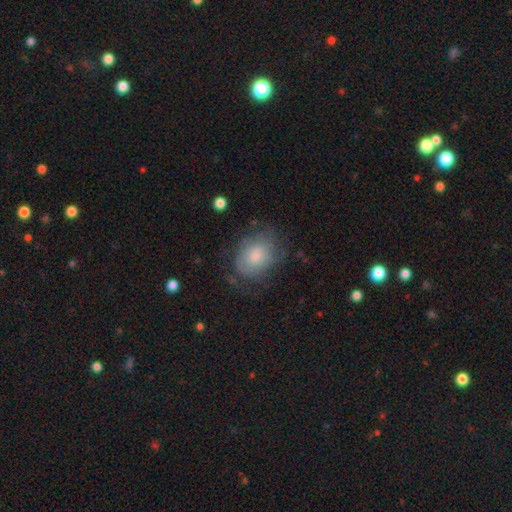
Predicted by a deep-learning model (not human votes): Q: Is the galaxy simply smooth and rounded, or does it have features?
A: smooth — 64%.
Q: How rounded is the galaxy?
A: in between — 58%.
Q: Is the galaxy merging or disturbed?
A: none — 57%.